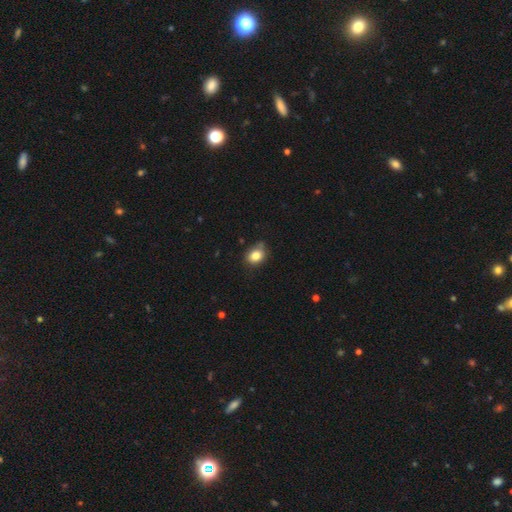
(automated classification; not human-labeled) This appears to be a smooth galaxy with no disk features (83%) that is in between round and cigar-shaped (55%). Merging: none (66%).